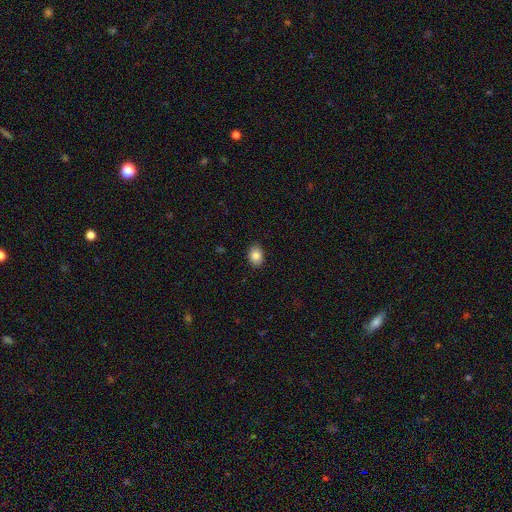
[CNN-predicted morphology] Q: Smooth or featured?
A: smooth (85%); runner-up: star or artifact (9%)
Q: How rounded?
A: in between (60%); runner-up: round (39%)
Q: Merging?
A: none (89%); runner-up: minor disturbance (9%)